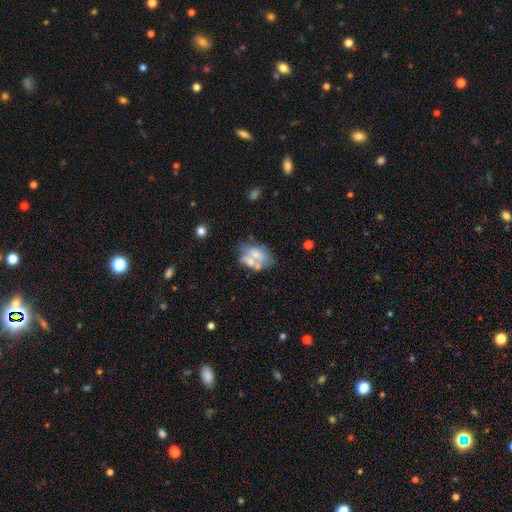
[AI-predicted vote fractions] The model was most divided on "smooth or featured": featured or disk: 46%, smooth: 45%, star or artifact: 9%. Remaining: merging — merger (37%).